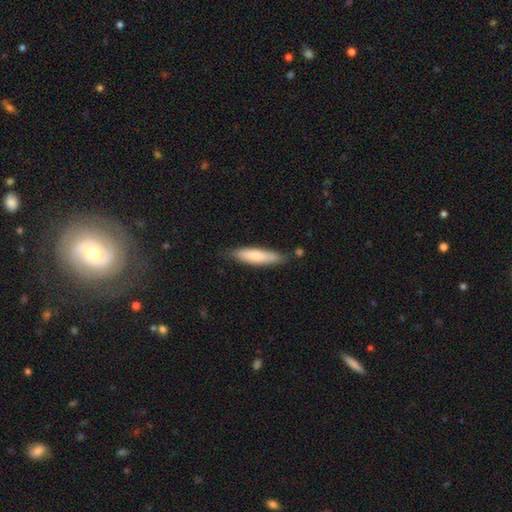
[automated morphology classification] Overall: smooth (74%). How rounded: cigar-shaped (74%). Merging: none (77%).